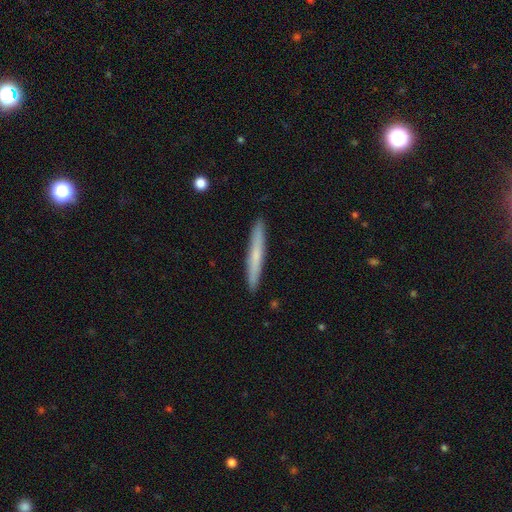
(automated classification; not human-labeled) smooth-or-featured: smooth: 59% | featured or disk: 35% | star or artifact: 6%
  how-rounded: cigar-shaped: 97% | in between: 2% | round: 1%
  merging: none: 93% | minor disturbance: 5% | major disturbance: 1% | merger: 1%